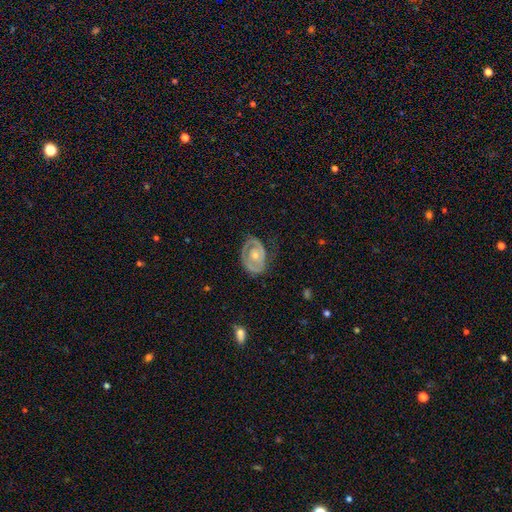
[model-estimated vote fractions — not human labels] smooth-or-featured: featured or disk: 72% | smooth: 23% | star or artifact: 5%
  disk-edge-on: no: 96% | yes: 4%
    bar: no: 78% | weak: 18% | strong: 4%
    has-spiral-arms: yes: 65% | no: 35%
    bulge-size: moderate: 47% | small: 45% | large: 3% | none: 3% | dominant: 1%
  merging: none: 63% | minor disturbance: 22% | major disturbance: 13% | merger: 2%